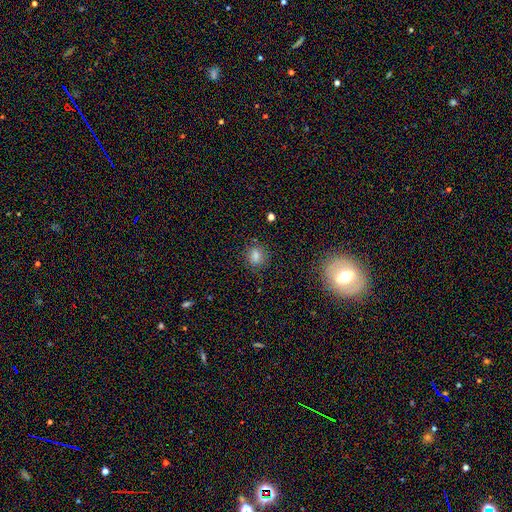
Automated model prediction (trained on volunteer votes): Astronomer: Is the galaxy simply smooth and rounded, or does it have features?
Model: smooth — 73%.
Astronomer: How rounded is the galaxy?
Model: round — 63%.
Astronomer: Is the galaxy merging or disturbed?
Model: none — 84%.